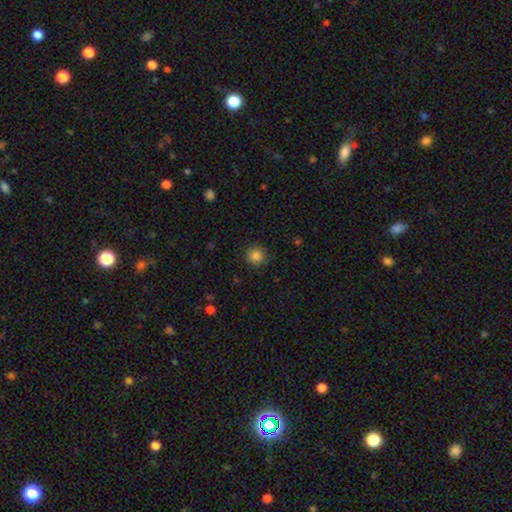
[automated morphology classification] type=smooth (85%); roundness=round (94%); merging=none (90%).